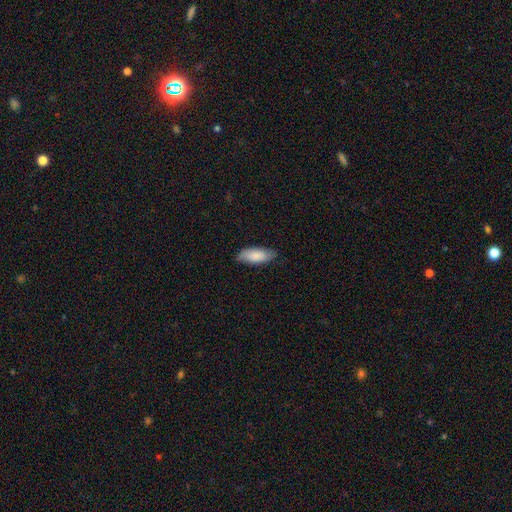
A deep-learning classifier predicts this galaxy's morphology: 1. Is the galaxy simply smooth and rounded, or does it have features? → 84% smooth, 10% featured or disk, 5% star or artifact.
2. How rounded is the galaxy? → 77% in between, 21% cigar-shaped, 2% round.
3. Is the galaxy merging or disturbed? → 82% none, 15% minor disturbance, 2% major disturbance, 1% merger.